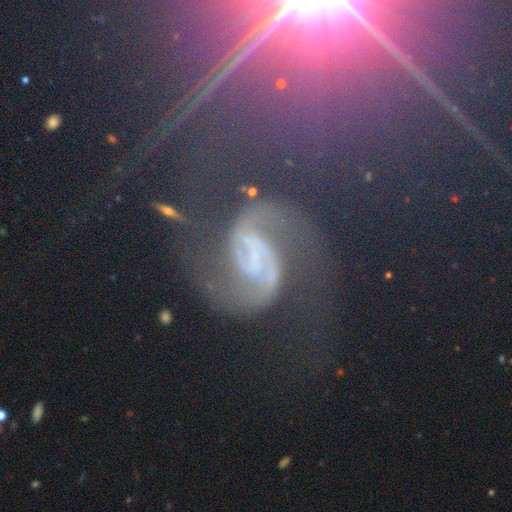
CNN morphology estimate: Smooth or featured? Predicted: featured or disk (p=0.81). Edge-on disk? Predicted: no (p=0.98). Bar? Predicted: weak (p=0.39). Spiral arms? Predicted: yes (p=0.97). Spiral winding? Predicted: medium (p=0.58). Spiral arm count? Predicted: 2 (p=0.93). Bulge size? Predicted: none (p=0.37). Merging? Predicted: none (p=0.66).